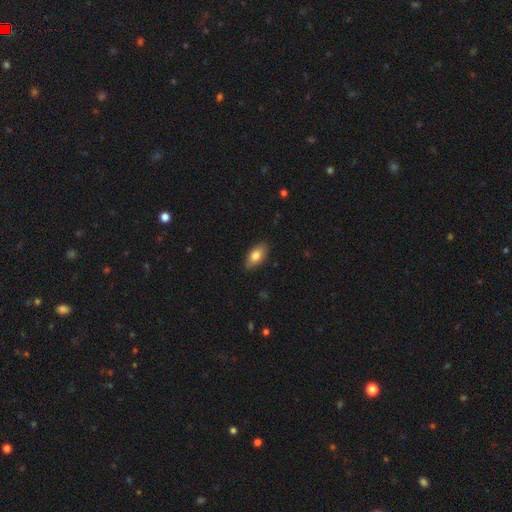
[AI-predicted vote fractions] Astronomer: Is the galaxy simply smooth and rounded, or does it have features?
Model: smooth — 82%.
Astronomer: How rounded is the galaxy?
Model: in between — 91%.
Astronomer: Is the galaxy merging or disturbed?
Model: none — 86%.